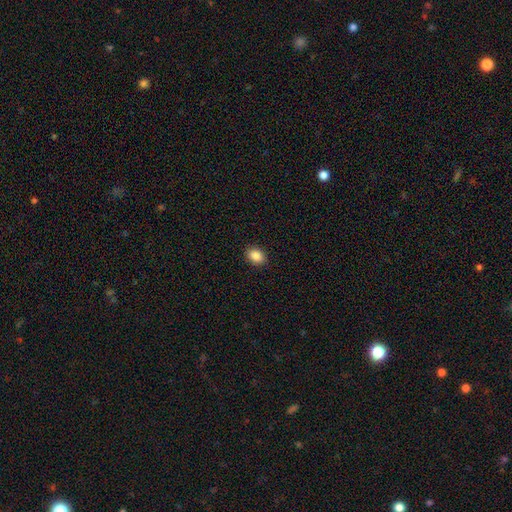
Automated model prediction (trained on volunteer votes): Overall: smooth (87%). How rounded: in between (66%; round 33%). Merging: none (90%).